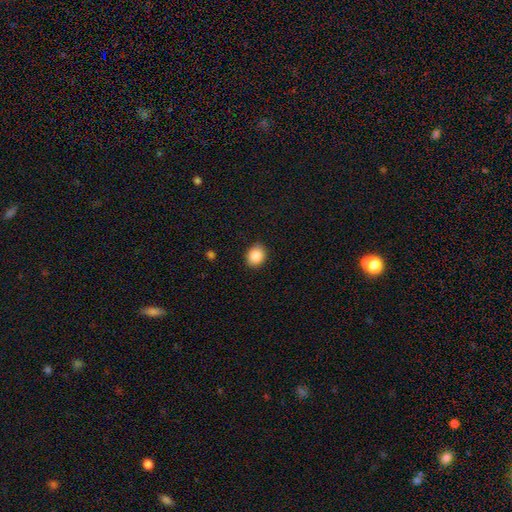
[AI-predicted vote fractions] smooth 87%, star or artifact 9%, featured or disk 5%. Down the decision tree: how rounded — round (64%); merging — none (89%).